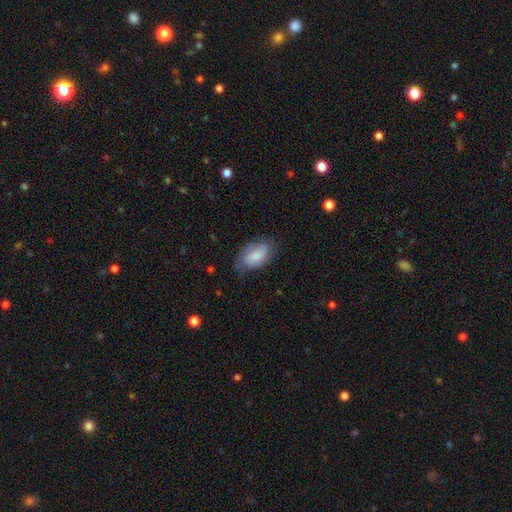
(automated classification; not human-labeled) Smooth or featured? smooth (70%)
How rounded? in between (92%)
Merging? none (60%)